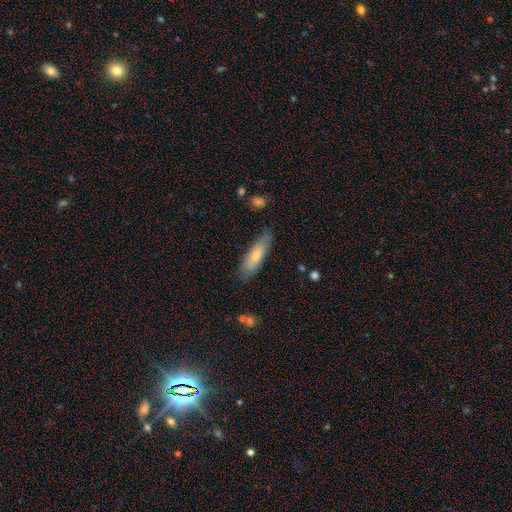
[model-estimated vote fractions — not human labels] A smooth galaxy with no disk features (69%) that is cigar-shaped (58%). Merging: none (75%).